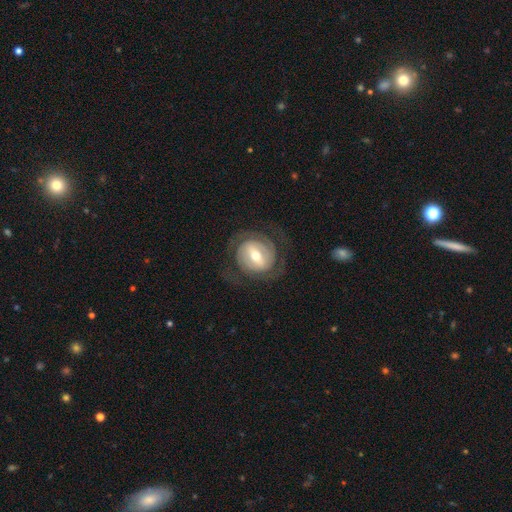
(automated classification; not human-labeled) A featured or disk galaxy (76%) with a weak bar (41%), 2 (73%) tight (51%) spiral arms (85%) and a moderate central bulge (63%).

Vote fractions:
- Smooth or featured? featured or disk: 76% / smooth: 19% / star or artifact: 5%
- Edge-on disk? no: 96% / yes: 4%
- Bar? weak: 41% / strong: 39% / no: 20%
- Spiral arms? yes: 85% / no: 15%
- Spiral winding? tight: 51% / medium: 36% / loose: 14%
- Spiral arm count? 2: 73% / can't tell: 14% / 3: 5% / 1: 4% / 4: 2% / more than 4: 2%
- Bulge size? moderate: 63% / small: 27% / large: 7% / dominant: 1% / none: 1%
- Merging? none: 74% / major disturbance: 13% / minor disturbance: 12% / merger: 1%